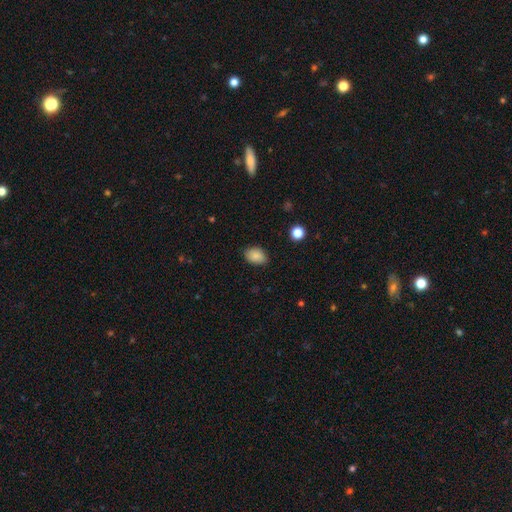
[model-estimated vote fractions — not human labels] A smooth galaxy with no disk features (86%) that is in between round and cigar-shaped (79%). Merging: none (82%).